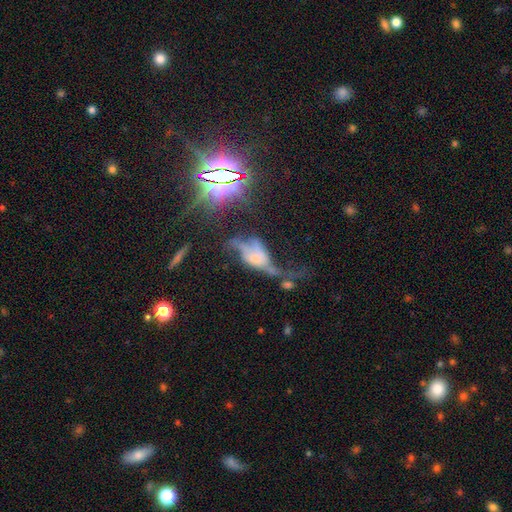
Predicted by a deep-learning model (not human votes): Smooth or featured? featured or disk (58%)
Edge-on disk? no (82%)
Merging? major disturbance (46%)